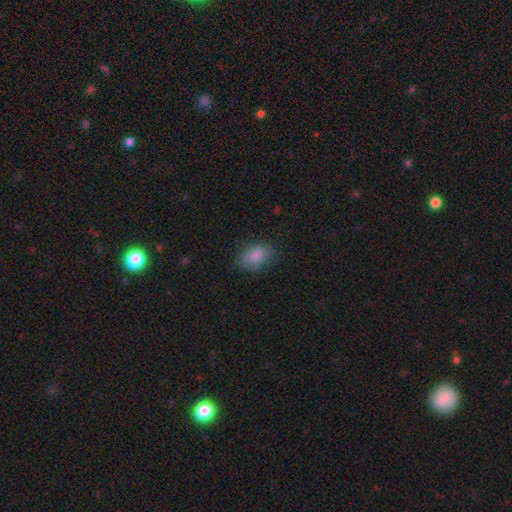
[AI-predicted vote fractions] Overall: smooth (86%). How rounded: in between (87%). Merging: none (78%).